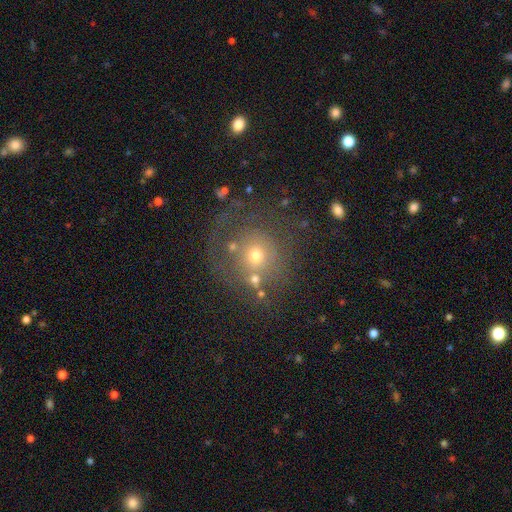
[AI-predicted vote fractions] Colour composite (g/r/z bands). It shows a smooth galaxy with no disk features (54%) that is round (87%). Merging: none (60%).